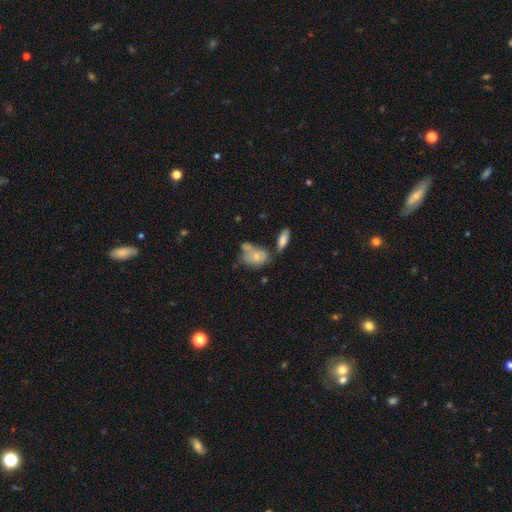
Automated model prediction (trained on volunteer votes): This is likely a smooth galaxy (66%). How rounded: likely in between (75%). Merging: marginally merger (33%).